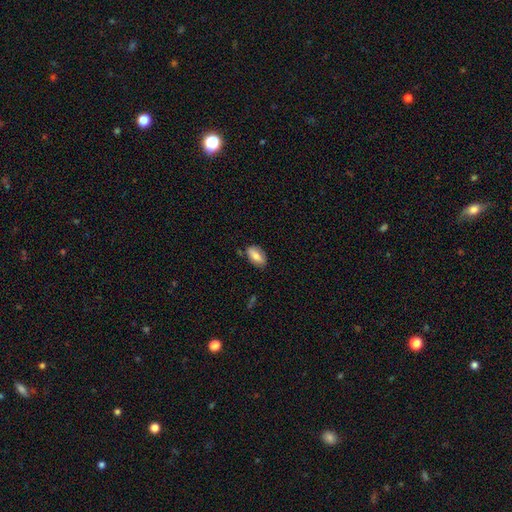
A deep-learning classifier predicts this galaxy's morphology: type=smooth (75%); roundness=in between (91%); merging=none (76%).